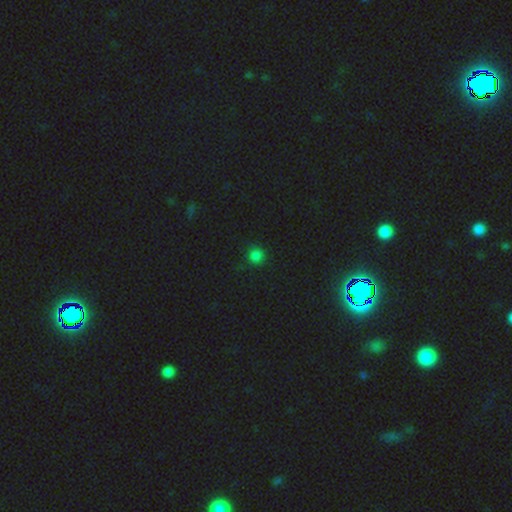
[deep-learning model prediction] Overall: smooth (78%). How rounded: round (92%). Merging: none (88%).